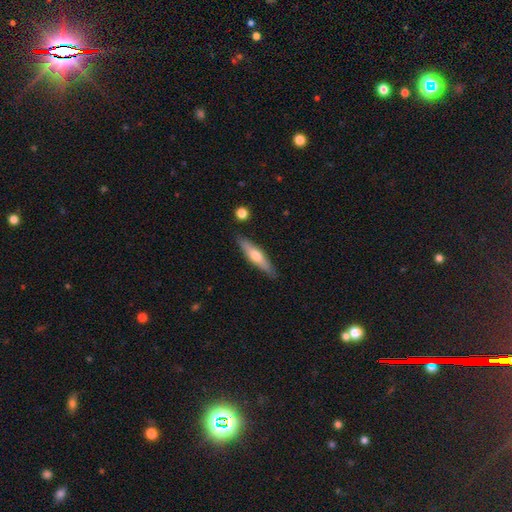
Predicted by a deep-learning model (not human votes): A featured or disk galaxy (49%).

Vote fractions:
- Smooth or featured? featured or disk: 49% / smooth: 46% / star or artifact: 6%
- Merging? none: 86% / minor disturbance: 10% / merger: 2% / major disturbance: 2%